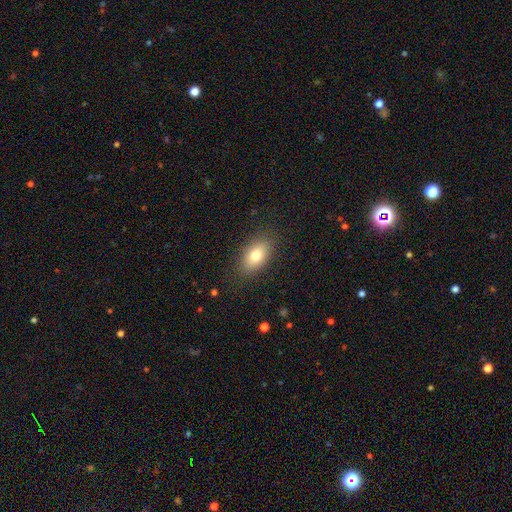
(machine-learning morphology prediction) smooth-or-featured: smooth: 77% | featured or disk: 14% | star or artifact: 9%
  how-rounded: in between: 87% | round: 10% | cigar-shaped: 3%
  merging: none: 85% | minor disturbance: 11% | major disturbance: 3% | merger: 1%